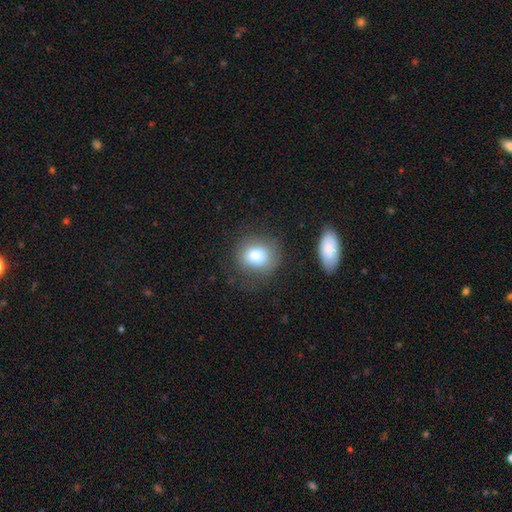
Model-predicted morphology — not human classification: Overall: smooth (80%). How rounded: round (74%). Merging: none (73%).